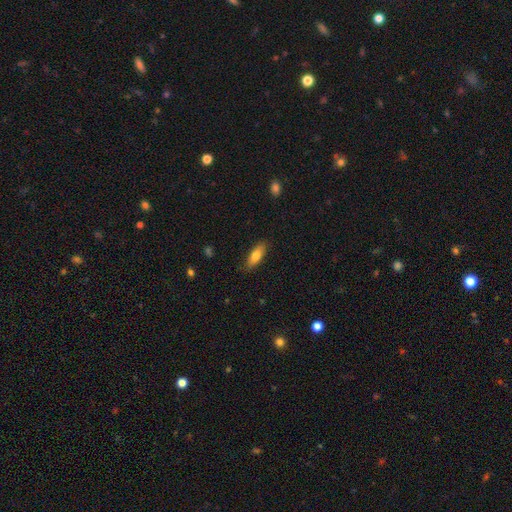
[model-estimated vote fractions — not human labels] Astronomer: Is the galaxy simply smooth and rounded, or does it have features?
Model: smooth — 76%.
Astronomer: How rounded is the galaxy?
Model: in between — 68%.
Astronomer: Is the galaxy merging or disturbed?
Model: none — 83%.